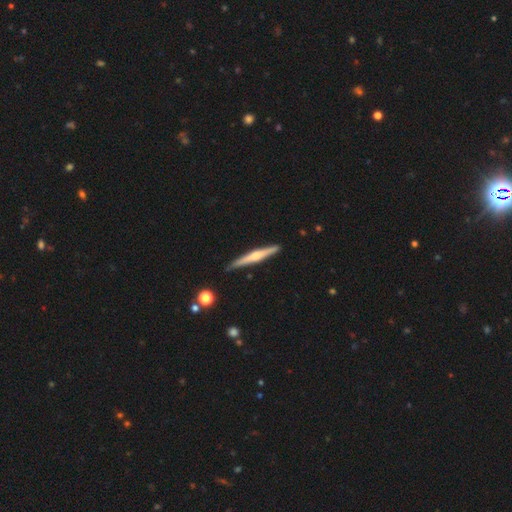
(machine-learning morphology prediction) Smooth or featured?
  - featured or disk: 62% *
  - smooth: 33%
  - star or artifact: 5%
Edge-on disk?
  - yes: 98% *
  - no: 2%
Edge-on bulge?
  - rounded: 72% *
  - none: 17%
  - boxy: 11%
Merging?
  - none: 88% *
  - minor disturbance: 9%
  - merger: 2%
  - major disturbance: 2%